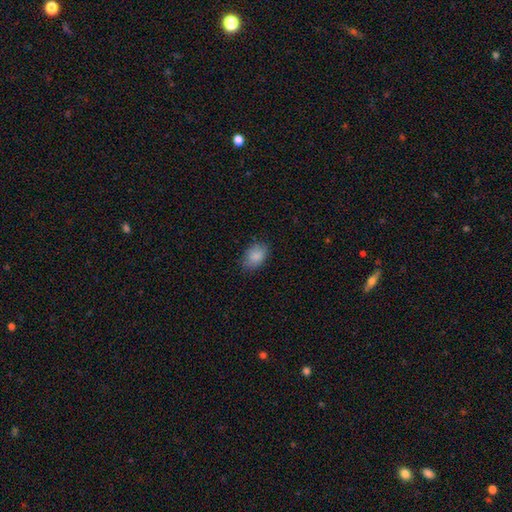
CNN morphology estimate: smooth_or_featured: smooth (p=0.88) [alt: star or artifact p=0.07]
how_rounded: in between (p=0.85) [alt: round p=0.14]
merging: none (p=0.80) [alt: minor disturbance p=0.16]